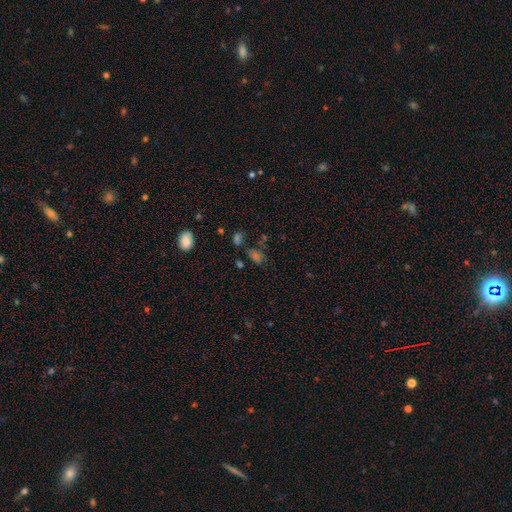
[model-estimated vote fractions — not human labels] A smooth galaxy with no disk features (45%). Merging: none (64%).